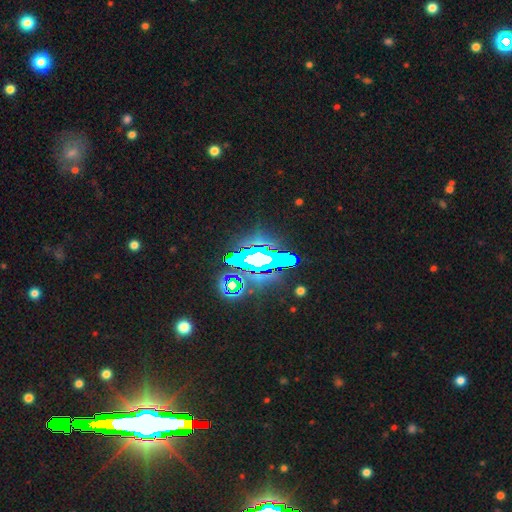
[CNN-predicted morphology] A star or artifact, not a galaxy (73%).

Vote fractions:
- Smooth or featured? star or artifact: 73% / featured or disk: 15% / smooth: 11%